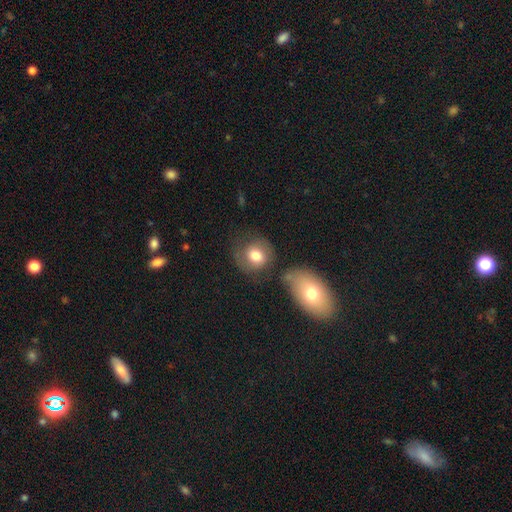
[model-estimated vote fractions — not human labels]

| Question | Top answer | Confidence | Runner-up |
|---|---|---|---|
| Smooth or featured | smooth | 71% | featured or disk (21%) |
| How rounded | round | 77% | in between (22%) |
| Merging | none | 57% | minor disturbance (18%) |